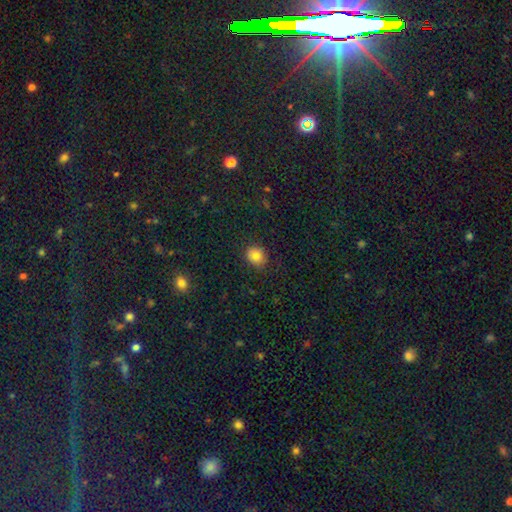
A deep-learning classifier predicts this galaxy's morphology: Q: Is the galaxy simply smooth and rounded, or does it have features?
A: smooth — 80%.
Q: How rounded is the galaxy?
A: round — 71%.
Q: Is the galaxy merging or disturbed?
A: none — 85%.